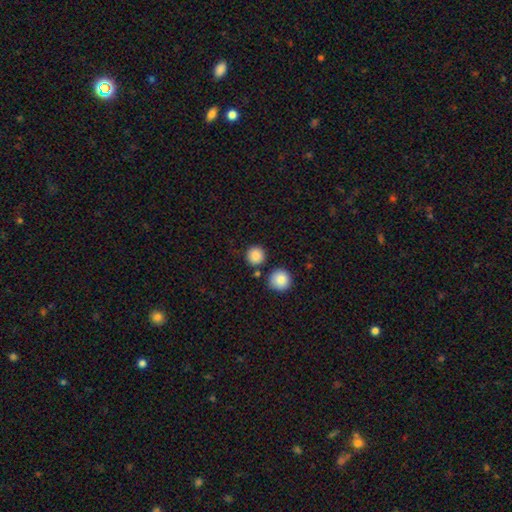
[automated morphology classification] A smooth galaxy with no disk features (87%) that is round (94%).

Vote fractions:
- Smooth or featured? smooth: 87% / star or artifact: 9% / featured or disk: 4%
- How rounded? round: 94% / in between: 5% / cigar-shaped: 1%
- Merging? none: 83% / minor disturbance: 7% / merger: 7% / major disturbance: 2%